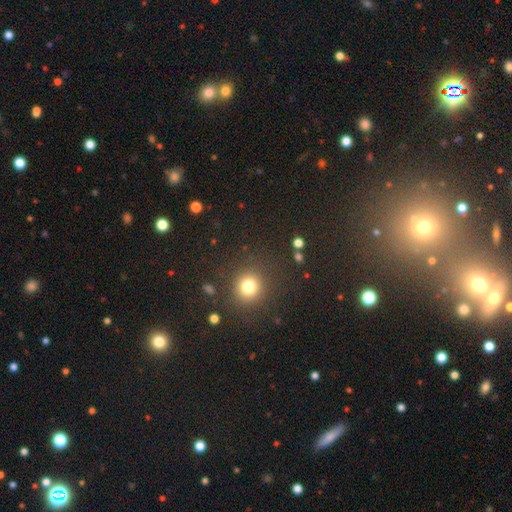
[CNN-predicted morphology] The model was most divided on "smooth or featured": smooth: 53%, star or artifact: 41%, featured or disk: 7%. More confident: how rounded — round (92%); merging — none (89%).